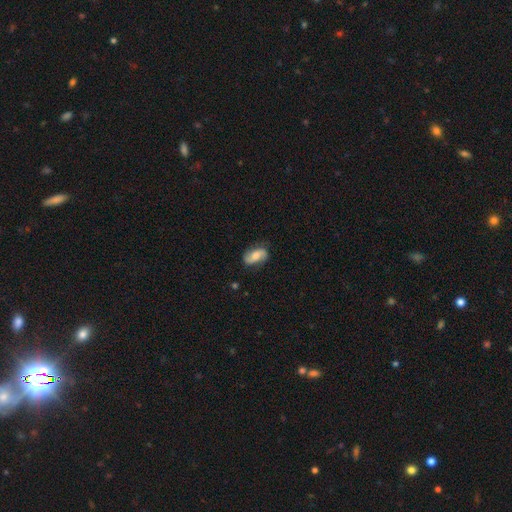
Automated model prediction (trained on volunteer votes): The model was most divided on "smooth or featured": featured or disk: 53%, smooth: 39%, star or artifact: 8%. More confident: edge-on disk — no (95%); merging — none (74%).